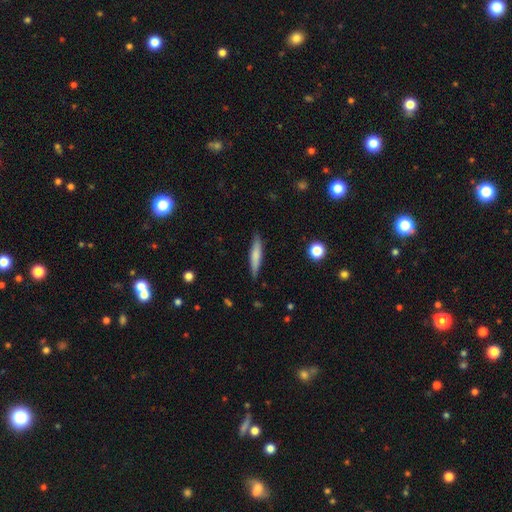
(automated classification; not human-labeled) Smooth or featured?
  - smooth: 69% *
  - featured or disk: 25%
  - star or artifact: 6%
How rounded?
  - cigar-shaped: 86% *
  - in between: 12%
  - round: 1%
Merging?
  - none: 84% *
  - minor disturbance: 12%
  - major disturbance: 2%
  - merger: 1%